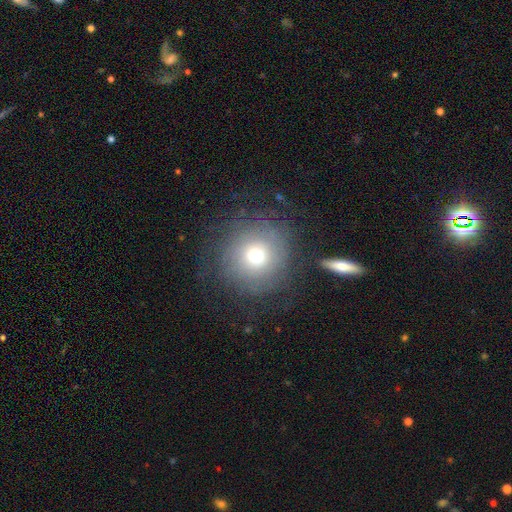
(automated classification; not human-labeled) smooth 56%, featured or disk 32%, star or artifact 11%. Down the decision tree: how rounded — round (91%); merging — none (76%).